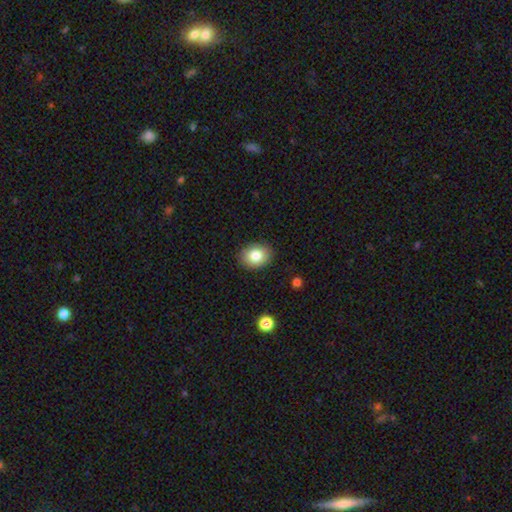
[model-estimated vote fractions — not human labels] A smooth galaxy with no disk features (82%) that is in between round and cigar-shaped (58%).

Vote fractions:
- Smooth or featured? smooth: 82% / featured or disk: 9% / star or artifact: 9%
- How rounded? in between: 58% / round: 41% / cigar-shaped: 1%
- Merging? none: 88% / minor disturbance: 9% / major disturbance: 2% / merger: 1%